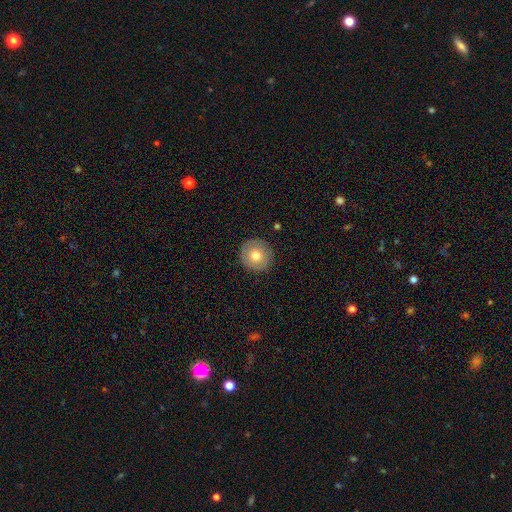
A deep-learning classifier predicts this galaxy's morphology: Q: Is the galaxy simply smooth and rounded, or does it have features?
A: smooth — 71%.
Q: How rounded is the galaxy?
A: round — 95%.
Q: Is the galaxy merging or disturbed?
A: none — 90%.